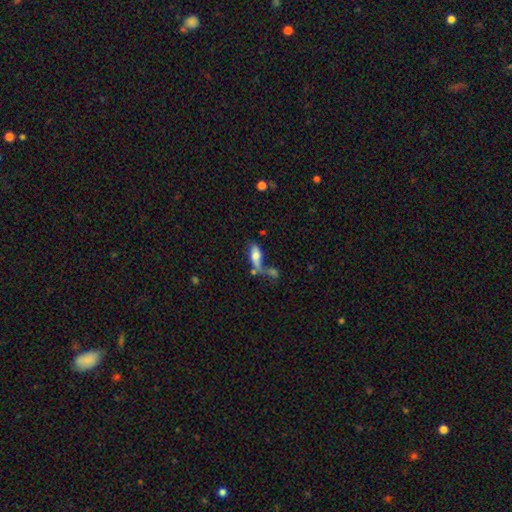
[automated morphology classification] type=smooth (64%); roundness=in between (74%); merging=merger (40%).